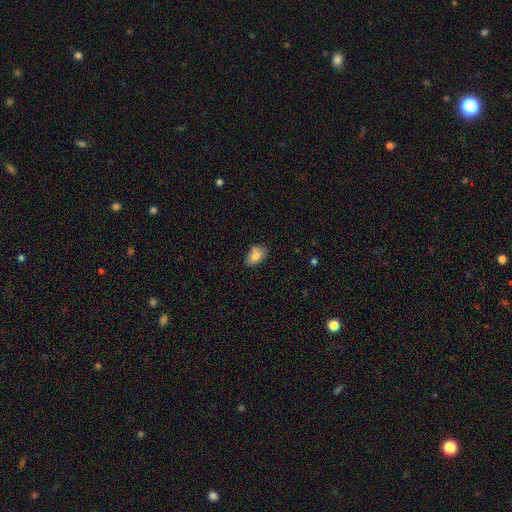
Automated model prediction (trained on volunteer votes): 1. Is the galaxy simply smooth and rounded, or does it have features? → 79% smooth, 13% featured or disk, 8% star or artifact.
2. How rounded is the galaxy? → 86% in between, 13% round, 2% cigar-shaped.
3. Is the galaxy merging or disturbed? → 70% none, 20% minor disturbance, 6% merger, 4% major disturbance.